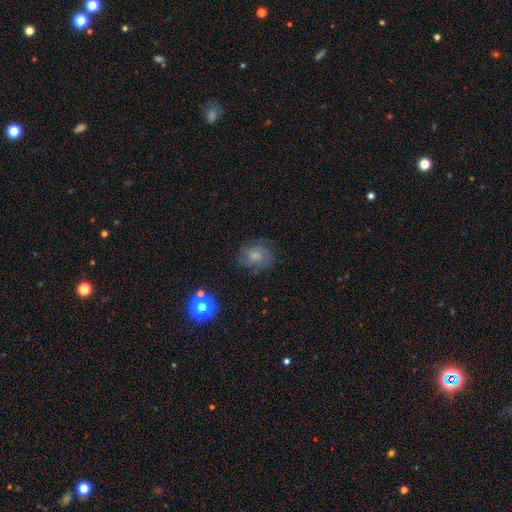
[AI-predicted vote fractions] smooth 58%, featured or disk 30%, star or artifact 12%. Down the decision tree: how rounded — round (61%); merging — none (69%).